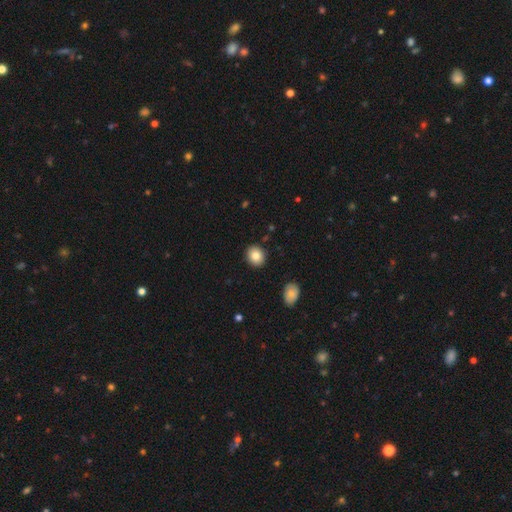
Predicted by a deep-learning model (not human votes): smooth_or_featured: smooth (p=0.83) [alt: star or artifact p=0.09]
how_rounded: round (p=0.74) [alt: in between p=0.25]
merging: none (p=0.90) [alt: minor disturbance p=0.07]